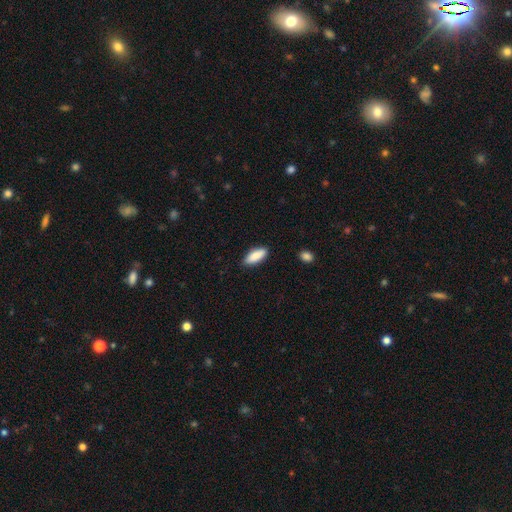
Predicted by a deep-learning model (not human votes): smooth 88%, featured or disk 7%, star or artifact 6%. Down the decision tree: how rounded — in between (73%); merging — none (85%).